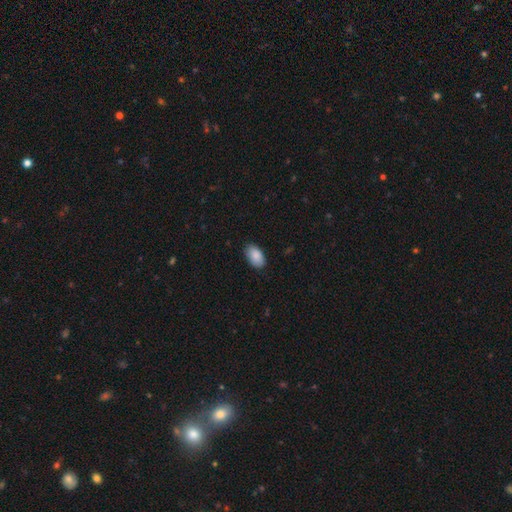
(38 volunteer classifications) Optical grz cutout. It shows a smooth galaxy with no disk features (97%) that is in between round and cigar-shaped (97%). Merging: none (70%).